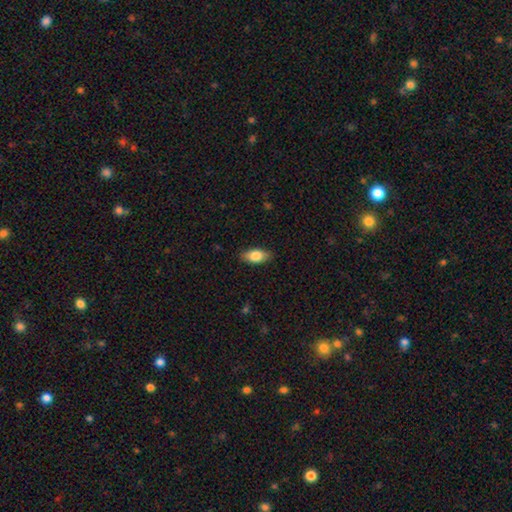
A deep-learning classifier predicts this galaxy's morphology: type=smooth (81%); roundness=in between (89%); merging=none (86%).